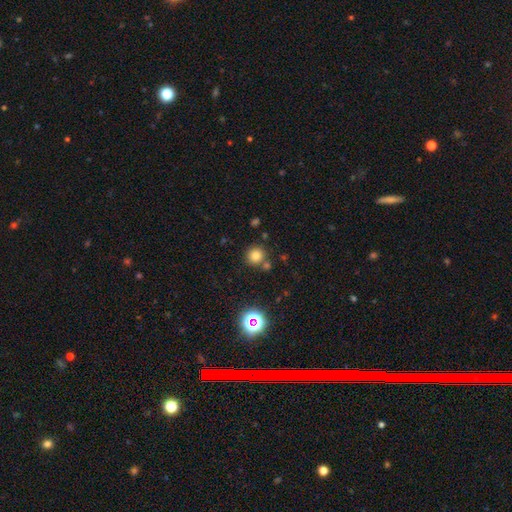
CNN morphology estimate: Q: Smooth or featured?
A: smooth (77%); runner-up: star or artifact (16%)
Q: How rounded?
A: round (93%); runner-up: in between (6%)
Q: Merging?
A: none (74%); runner-up: merger (14%)